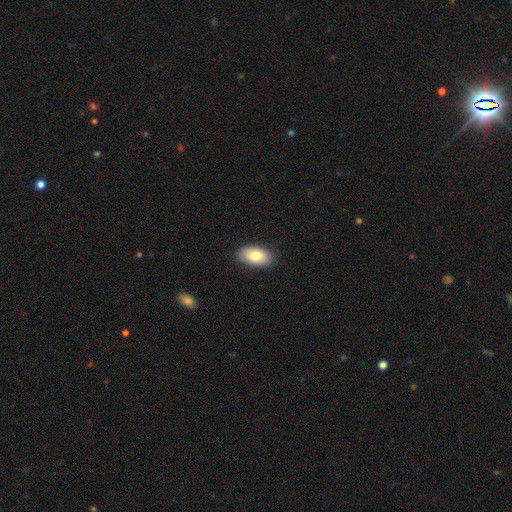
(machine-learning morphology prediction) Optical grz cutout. It shows a smooth galaxy with no disk features (80%) that is in between round and cigar-shaped (94%). Merging: none (87%).